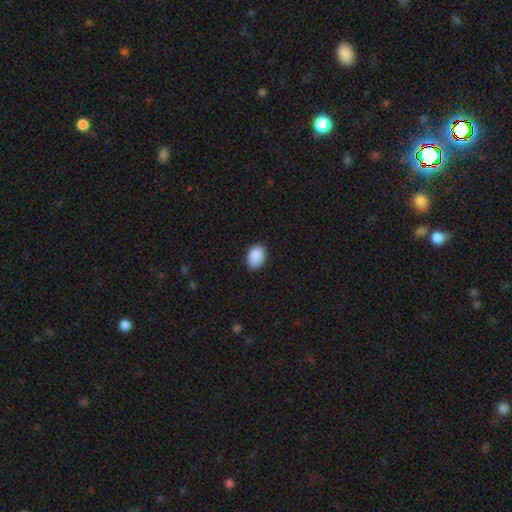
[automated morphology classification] Q: Smooth or featured?
A: smooth (90%); runner-up: star or artifact (7%)
Q: How rounded?
A: in between (84%); runner-up: round (15%)
Q: Merging?
A: none (88%); runner-up: minor disturbance (9%)